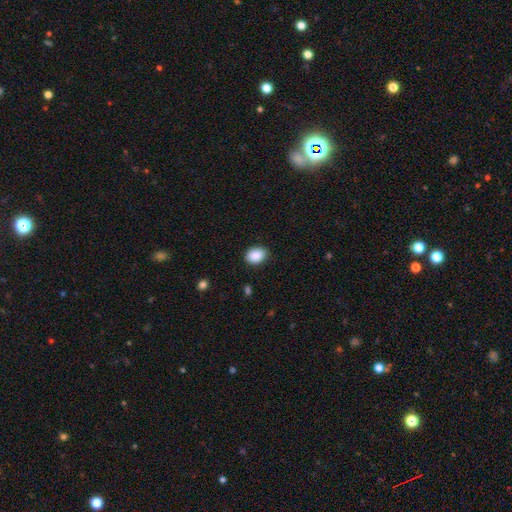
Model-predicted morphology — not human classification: This appears to be a smooth galaxy with no disk features (89%) that is in between round and cigar-shaped (64%). Merging: none (85%).